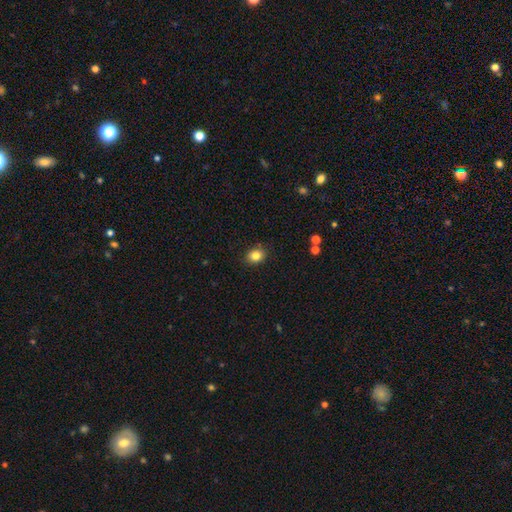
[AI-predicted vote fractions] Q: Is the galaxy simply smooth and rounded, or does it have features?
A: smooth — 83%.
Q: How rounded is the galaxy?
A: round — 53%.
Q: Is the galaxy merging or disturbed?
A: none — 87%.